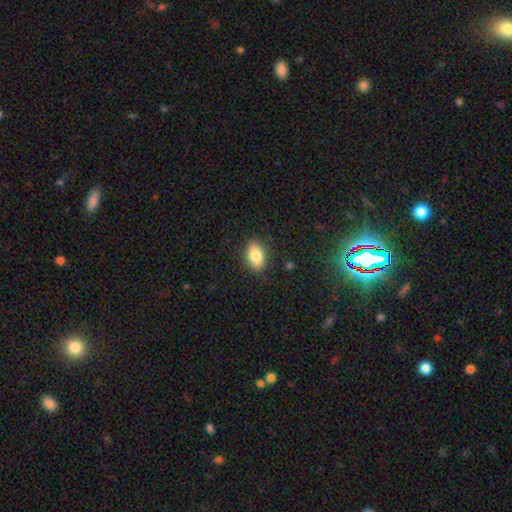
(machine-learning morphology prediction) Q: Smooth or featured?
A: smooth (83%); runner-up: featured or disk (9%)
Q: How rounded?
A: in between (84%); runner-up: round (14%)
Q: Merging?
A: none (86%); runner-up: minor disturbance (10%)